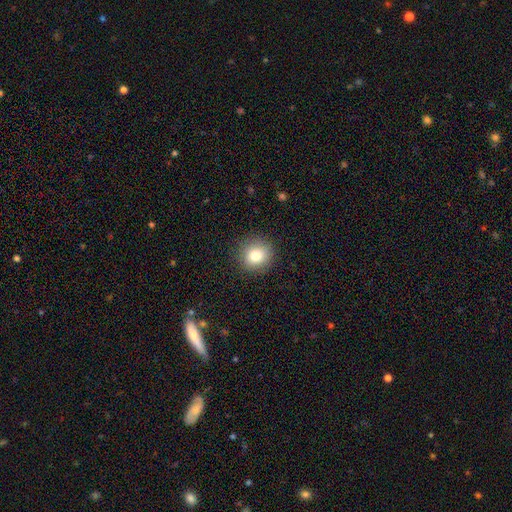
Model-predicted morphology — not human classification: A smooth galaxy with no disk features (81%) that is round (88%). Merging: none (89%).